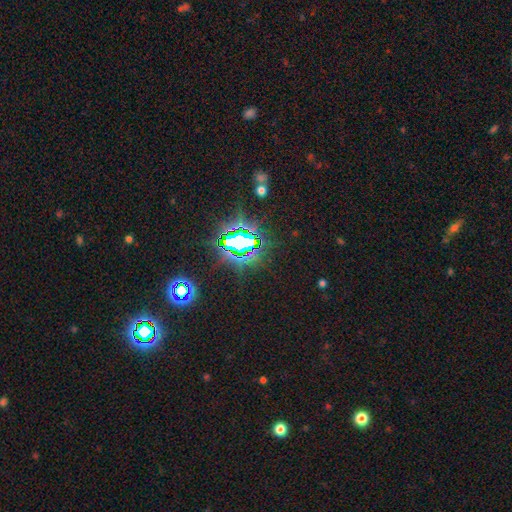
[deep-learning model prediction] This is clearly a star or artifact rather than a galaxy (83%).